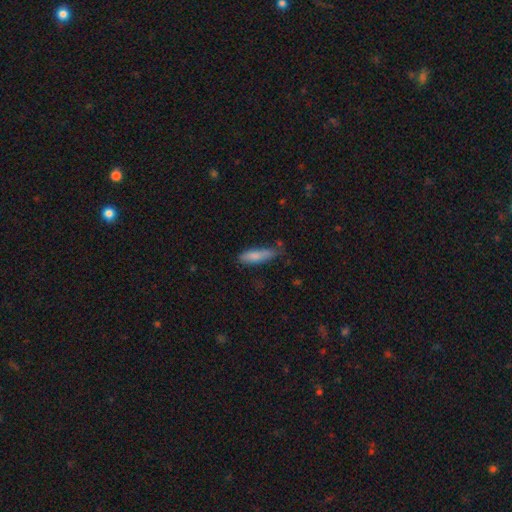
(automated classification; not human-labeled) Smooth or featured? smooth (81%)
How rounded? cigar-shaped (61%)
Merging? none (57%)